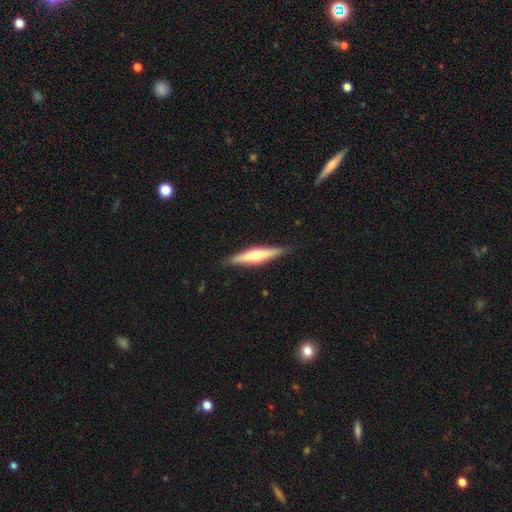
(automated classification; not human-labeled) A featured or disk galaxy (63%) viewed edge-on (96%) with a rounded central bulge (88%).

Vote fractions:
- Smooth or featured? featured or disk: 63% / smooth: 32% / star or artifact: 5%
- Edge-on disk? yes: 96% / no: 4%
- Edge-on bulge? rounded: 88% / boxy: 7% / none: 5%
- Merging? none: 88% / minor disturbance: 9% / major disturbance: 2% / merger: 1%